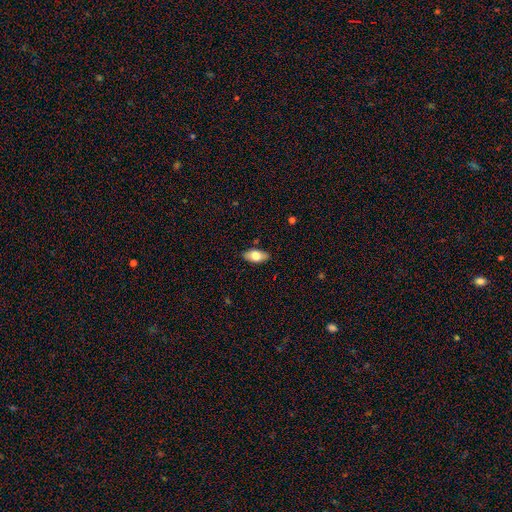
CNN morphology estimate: A smooth galaxy with no disk features (75%) that is in between round and cigar-shaped (90%). Merging: none (86%).